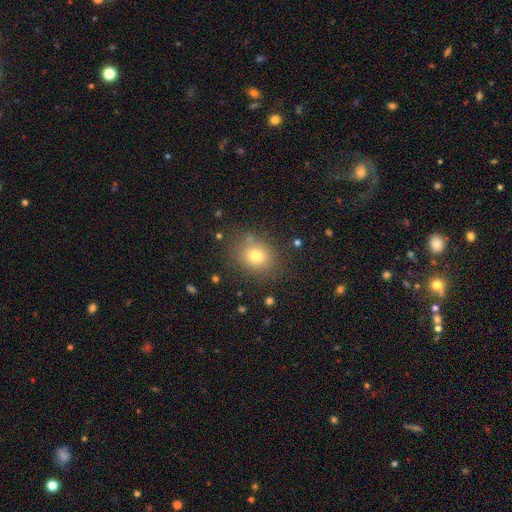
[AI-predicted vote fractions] Smooth or featured? smooth (76%)
How rounded? round (61%)
Merging? none (79%)